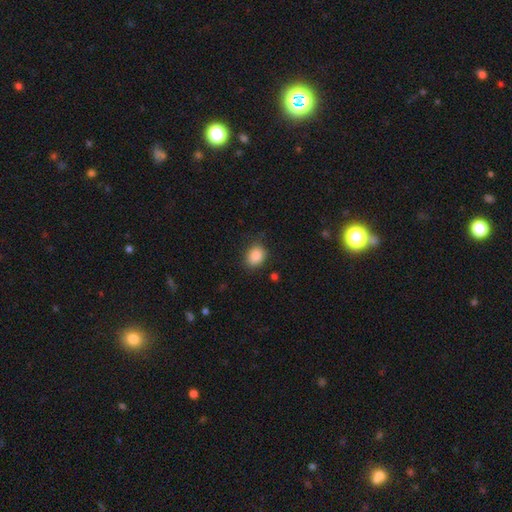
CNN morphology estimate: smooth_or_featured: smooth (p=0.87) [alt: star or artifact p=0.09]
how_rounded: in between (p=0.53) [alt: round p=0.46]
merging: none (p=0.81) [alt: minor disturbance p=0.14]